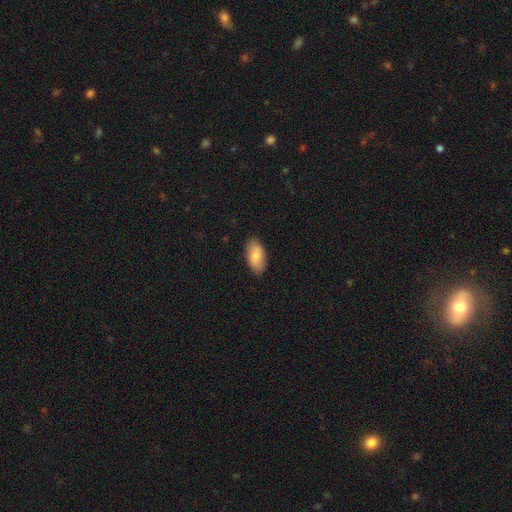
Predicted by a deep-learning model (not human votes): The model was most divided on "smooth or featured": smooth: 78%, featured or disk: 16%, star or artifact: 6%. More confident: how rounded — in between (93%); merging — none (86%).